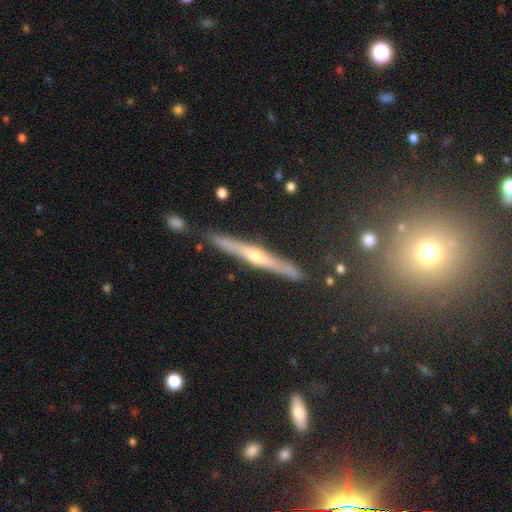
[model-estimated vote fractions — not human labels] smooth_or_featured: featured or disk (p=0.77) [alt: smooth p=0.16]
disk_edge_on: yes (p=0.97) [alt: no p=0.03]
edge_on_bulge: rounded (p=0.85) [alt: none p=0.11]
merging: none (p=0.87) [alt: minor disturbance p=0.09]